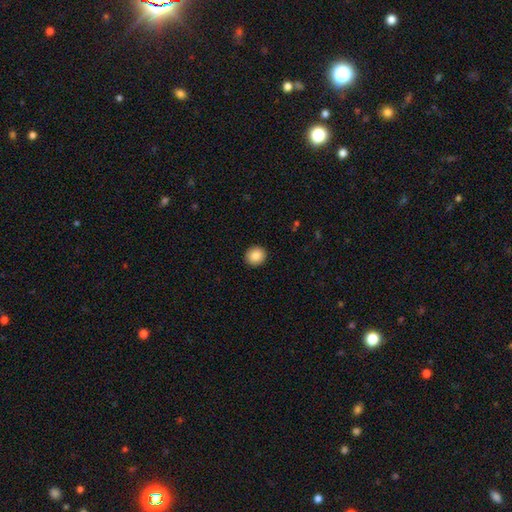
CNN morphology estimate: Smooth or featured? Predicted: smooth (p=0.87). How rounded? Predicted: round (p=0.89). Merging? Predicted: none (p=0.93).